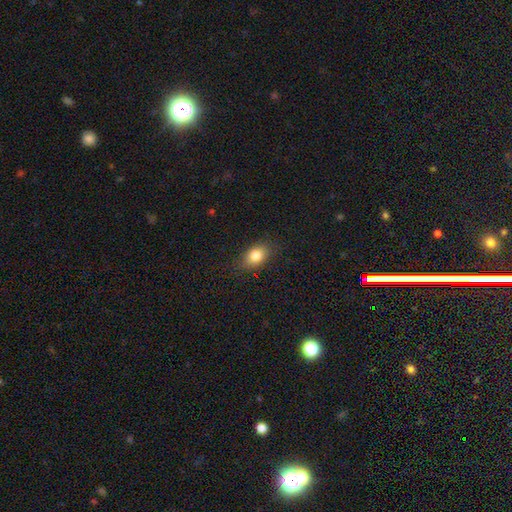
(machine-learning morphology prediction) Smooth or featured? smooth (82%)
How rounded? in between (78%)
Merging? none (83%)